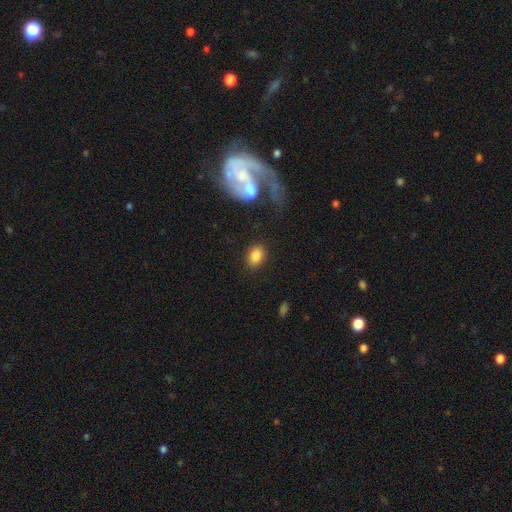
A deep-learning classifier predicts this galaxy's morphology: type=smooth (84%); roundness=in between (75%); merging=none (85%).